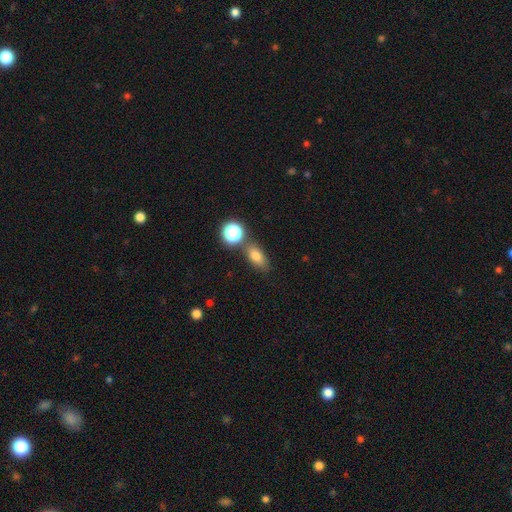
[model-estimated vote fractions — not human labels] Smooth or featured?
  - smooth: 75% *
  - star or artifact: 14%
  - featured or disk: 11%
How rounded?
  - in between: 77% *
  - round: 15%
  - cigar-shaped: 8%
Merging?
  - none: 71% *
  - minor disturbance: 13%
  - merger: 12%
  - major disturbance: 4%